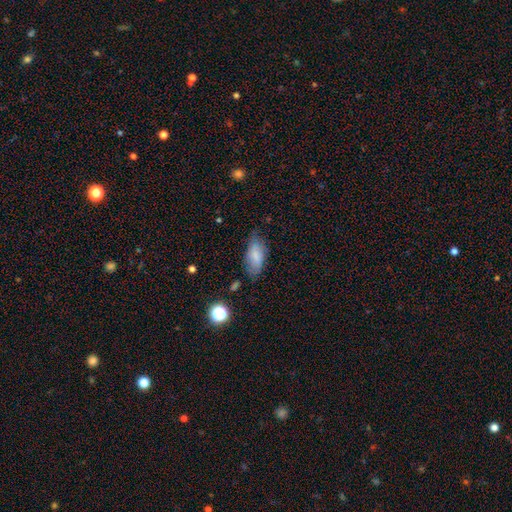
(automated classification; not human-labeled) Smooth or featured?
  - smooth: 77% *
  - featured or disk: 15%
  - star or artifact: 8%
How rounded?
  - in between: 87% *
  - cigar-shaped: 10%
  - round: 3%
Merging?
  - none: 69% *
  - minor disturbance: 23%
  - major disturbance: 5%
  - merger: 2%